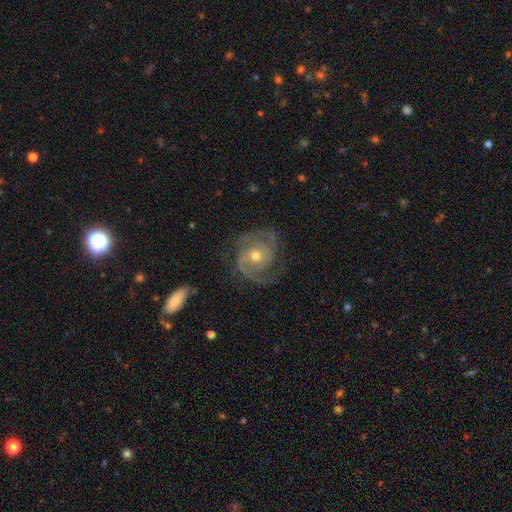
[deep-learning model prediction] featured or disk 90%, smooth 5%, star or artifact 5%. Down the decision tree: edge-on disk — no (98%); bar — no (69%); spiral arms — yes (98%); spiral arm count — 2 (75%); spiral winding — tight (50%); bulge size — moderate (59%); merging — none (74%).